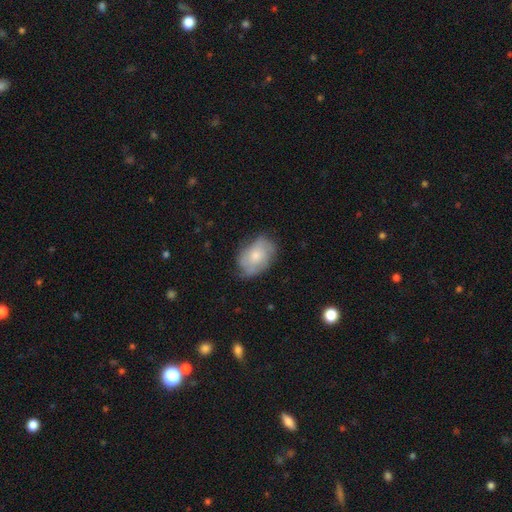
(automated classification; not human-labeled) smooth_or_featured: smooth (p=0.56) [alt: featured or disk p=0.37]
how_rounded: in between (p=0.82) [alt: round p=0.17]
merging: none (p=0.60) [alt: minor disturbance p=0.29]